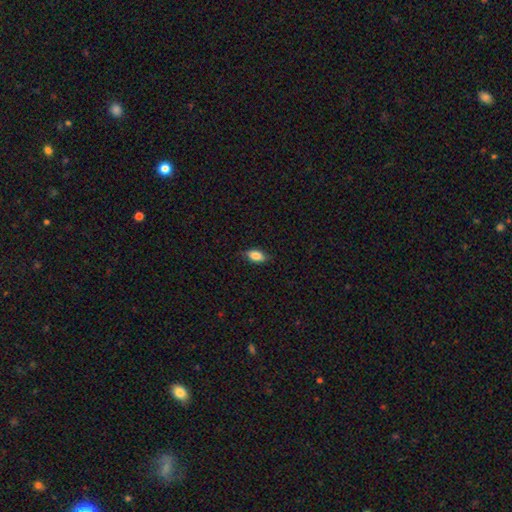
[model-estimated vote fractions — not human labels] Q: Smooth or featured?
A: smooth (81%); runner-up: featured or disk (11%)
Q: How rounded?
A: in between (88%); runner-up: cigar-shaped (7%)
Q: Merging?
A: none (80%); runner-up: minor disturbance (16%)